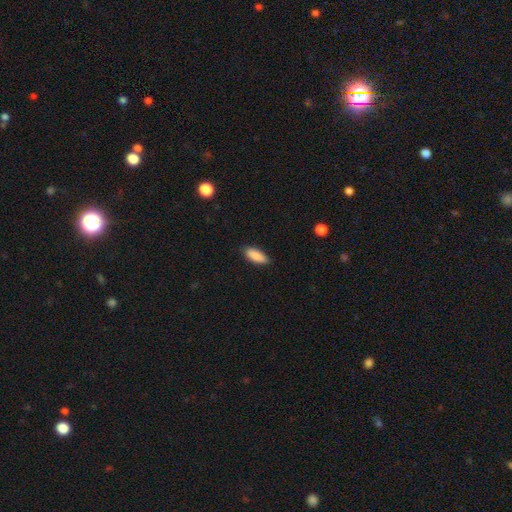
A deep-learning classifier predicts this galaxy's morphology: type=smooth (87%); roundness=in between (72%); merging=none (83%).